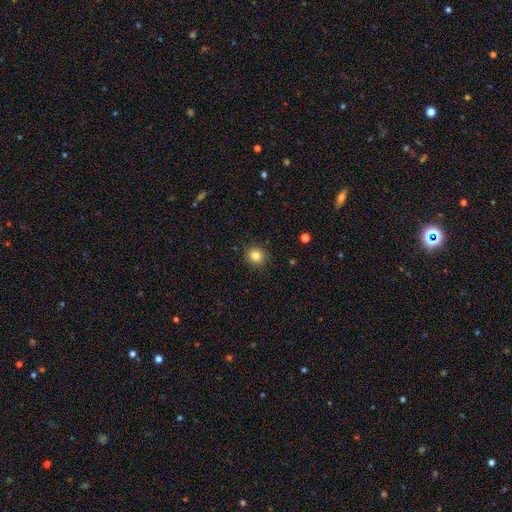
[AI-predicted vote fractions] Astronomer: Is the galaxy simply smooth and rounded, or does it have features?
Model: smooth — 83%.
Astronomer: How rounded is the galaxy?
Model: round — 86%.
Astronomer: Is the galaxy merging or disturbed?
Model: none — 88%.